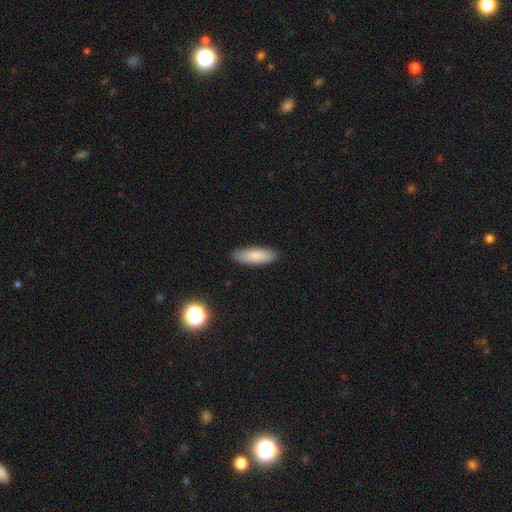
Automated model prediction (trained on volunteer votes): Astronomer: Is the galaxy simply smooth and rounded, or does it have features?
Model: smooth — 87%.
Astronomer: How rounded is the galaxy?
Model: in between — 65%.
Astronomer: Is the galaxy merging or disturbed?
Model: none — 88%.